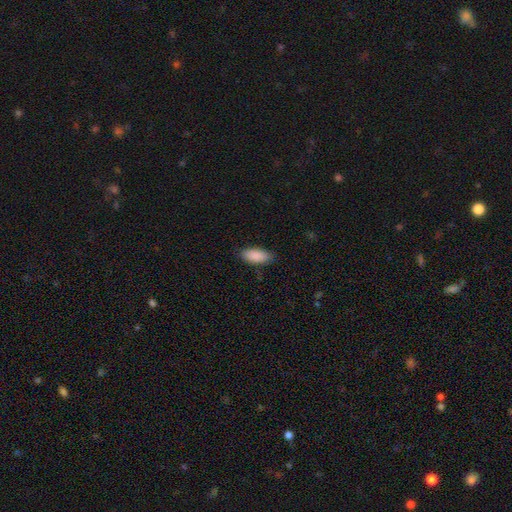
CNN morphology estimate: A smooth galaxy with no disk features (90%) that is in between round and cigar-shaped (89%). Merging: none (85%).